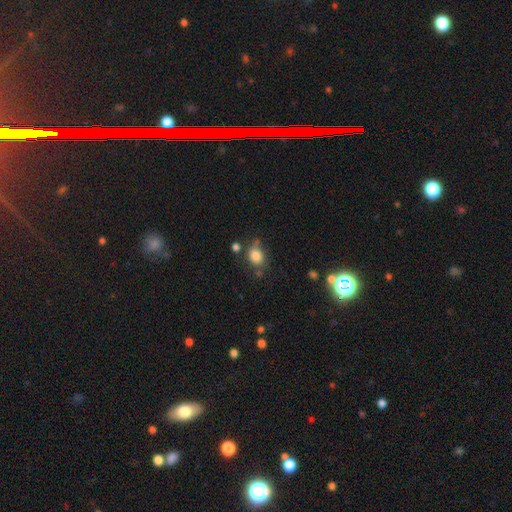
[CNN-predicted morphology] This is clearly a smooth galaxy (82%). How rounded: possibly round (49%, tied with in between). Merging: possibly none (60%).